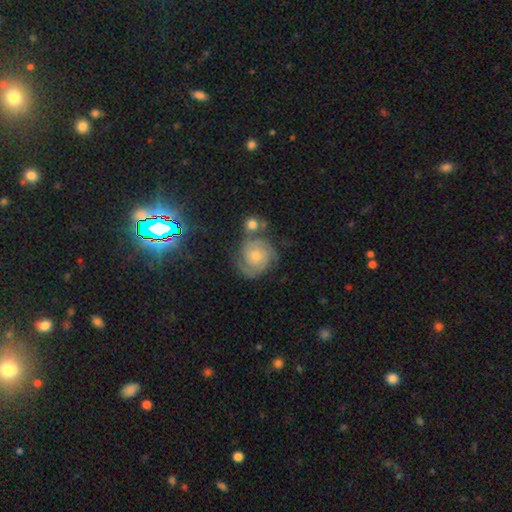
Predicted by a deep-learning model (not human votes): Smooth or featured?
  - featured or disk: 71% *
  - star or artifact: 15%
  - smooth: 14%
Edge-on disk?
  - no: 98% *
  - yes: 2%
Bar?
  - no: 77% *
  - weak: 19%
  - strong: 4%
Spiral arms?
  - yes: 95% *
  - no: 5%
Spiral winding?
  - tight: 61% *
  - medium: 32%
  - loose: 7%
Spiral arm count?
  - 2: 39% *
  - 3: 27%
  - can't tell: 19%
  - 4: 6%
  - 1: 5%
  - more than 4: 4%
Bulge size?
  - small: 46% * (tied)
  - moderate: 46% * (tied)
  - large: 3%
  - none: 3%
  - dominant: 1%
Merging?
  - none: 65% *
  - minor disturbance: 17%
  - merger: 10%
  - major disturbance: 8%